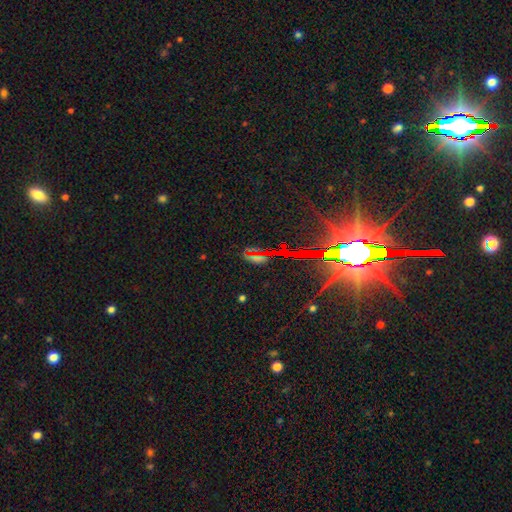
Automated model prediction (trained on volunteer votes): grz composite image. It shows a star or artifact, not a galaxy (71%).